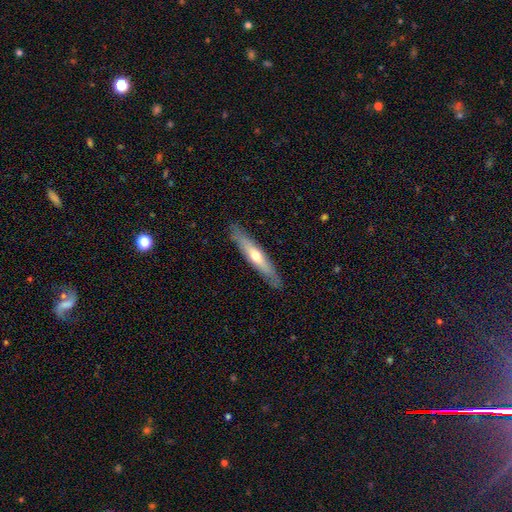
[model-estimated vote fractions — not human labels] The model was most divided on "smooth or featured": featured or disk: 50%, smooth: 45%, star or artifact: 5%. More confident: merging — none (86%).